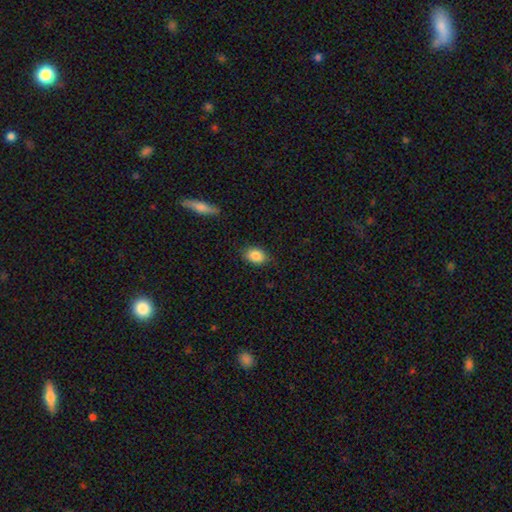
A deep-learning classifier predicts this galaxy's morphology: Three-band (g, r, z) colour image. It shows a smooth galaxy with no disk features (85%) that is in between round and cigar-shaped (80%). Merging: none (80%).